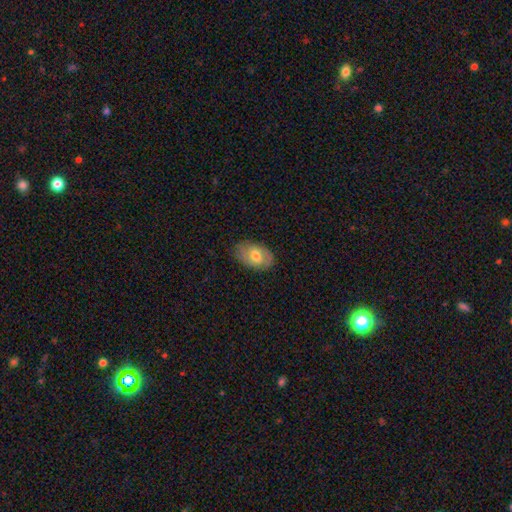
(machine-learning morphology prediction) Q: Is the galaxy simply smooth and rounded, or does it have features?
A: smooth — 62%.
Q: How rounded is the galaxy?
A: in between — 88%.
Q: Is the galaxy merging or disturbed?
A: none — 79%.